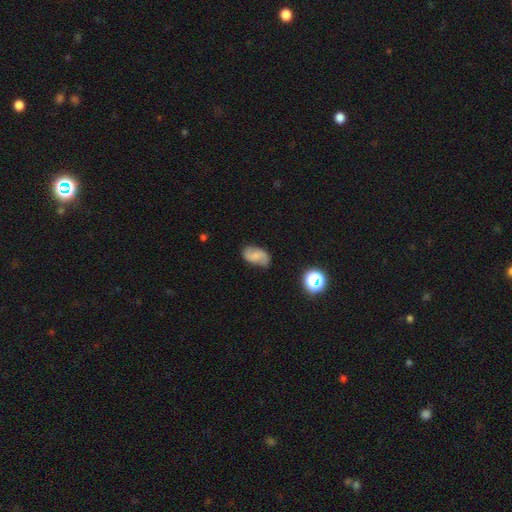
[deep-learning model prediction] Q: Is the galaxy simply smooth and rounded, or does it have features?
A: smooth — 50%.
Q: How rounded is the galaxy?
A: in between — 91%.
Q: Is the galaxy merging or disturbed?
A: none — 70%.